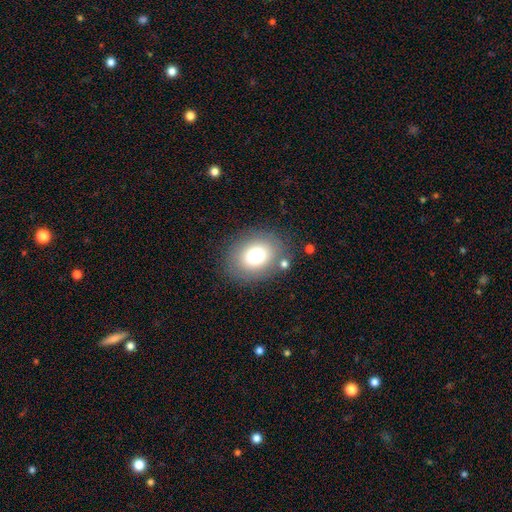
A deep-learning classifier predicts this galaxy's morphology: Q: Smooth or featured?
A: smooth (80%); runner-up: featured or disk (11%)
Q: How rounded?
A: in between (57%); runner-up: round (42%)
Q: Merging?
A: none (82%); runner-up: minor disturbance (11%)